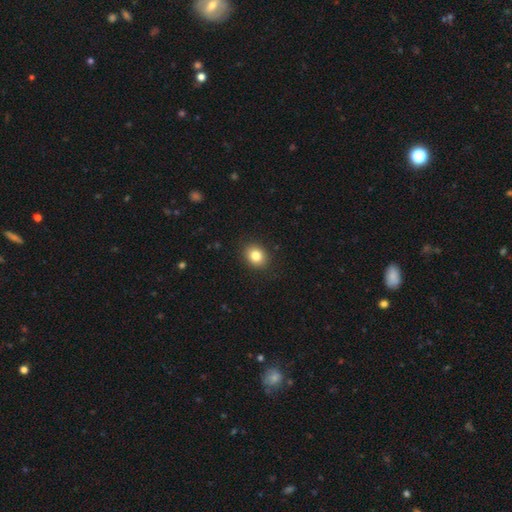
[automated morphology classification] Smooth or featured: smooth — 82% (star or artifact — 10%)
How rounded: round — 55% (in between — 44%)
Merging: none — 90% (minor disturbance — 7%)